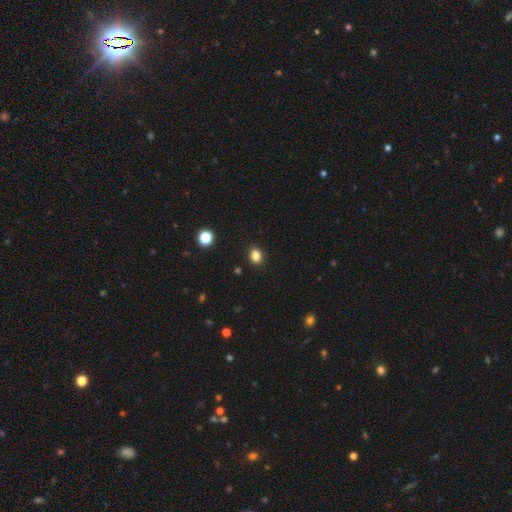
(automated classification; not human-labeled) Morphology: type=smooth (84%); roundness=in between (54%); merging=none (89%).